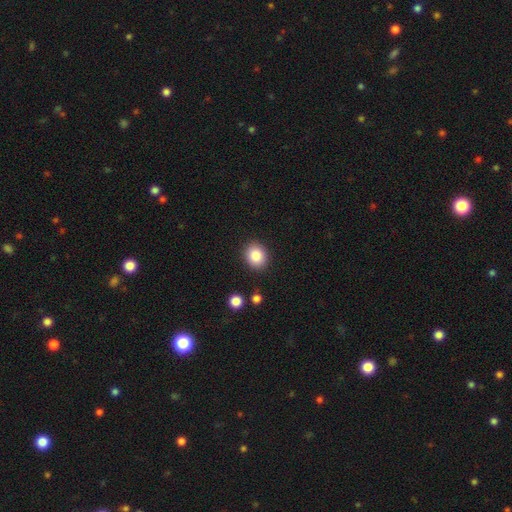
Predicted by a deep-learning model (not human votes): A smooth galaxy with no disk features (86%) that is round (65%). Merging: none (87%).